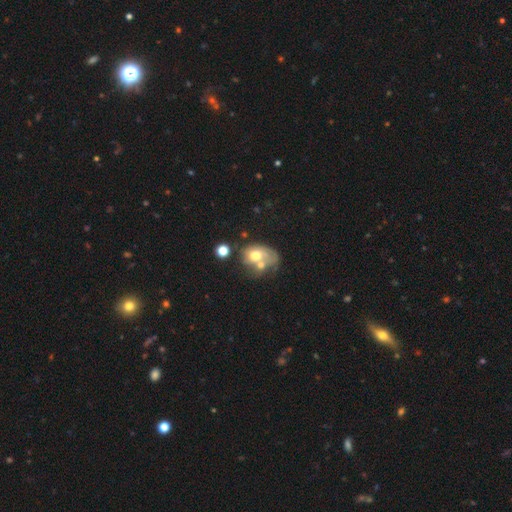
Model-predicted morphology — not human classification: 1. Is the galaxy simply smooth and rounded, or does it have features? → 55% smooth, 36% featured or disk, 10% star or artifact.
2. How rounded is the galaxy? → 68% in between, 31% round, 1% cigar-shaped.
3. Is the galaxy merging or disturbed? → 49% merger, 20% none, 17% major disturbance, 14% minor disturbance.